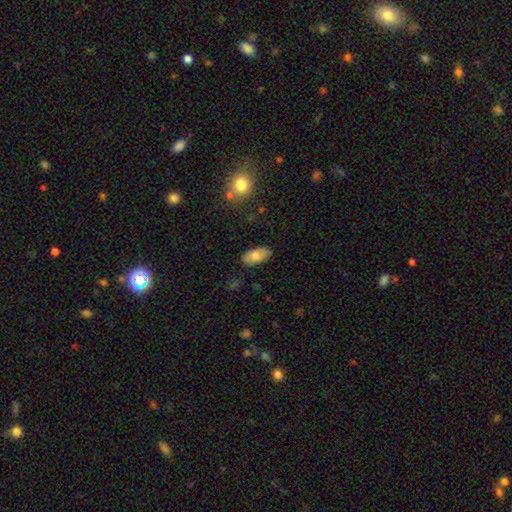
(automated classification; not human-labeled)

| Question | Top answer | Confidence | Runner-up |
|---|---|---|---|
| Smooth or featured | smooth | 77% | featured or disk (16%) |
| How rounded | in between | 93% | cigar-shaped (3%) |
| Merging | none | 84% | minor disturbance (12%) |